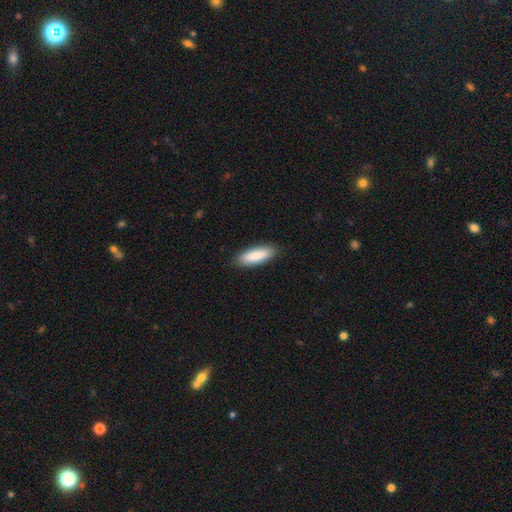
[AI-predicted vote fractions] Smooth or featured?
  - smooth: 88% *
  - featured or disk: 7%
  - star or artifact: 5%
How rounded?
  - in between: 55% *
  - cigar-shaped: 43%
  - round: 1%
Merging?
  - none: 88% *
  - minor disturbance: 9%
  - major disturbance: 2%
  - merger: 1%